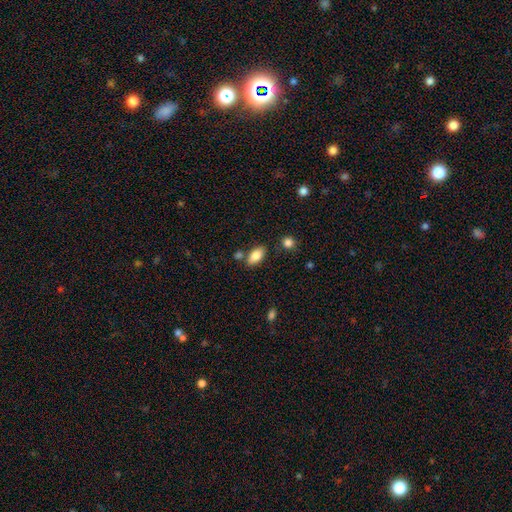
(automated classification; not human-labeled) A smooth galaxy with no disk features (84%) that is in between round and cigar-shaped (92%).

Vote fractions:
- Smooth or featured? smooth: 84% / featured or disk: 9% / star or artifact: 7%
- How rounded? in between: 92% / cigar-shaped: 5% / round: 4%
- Merging? none: 76% / minor disturbance: 12% / merger: 9% / major disturbance: 3%